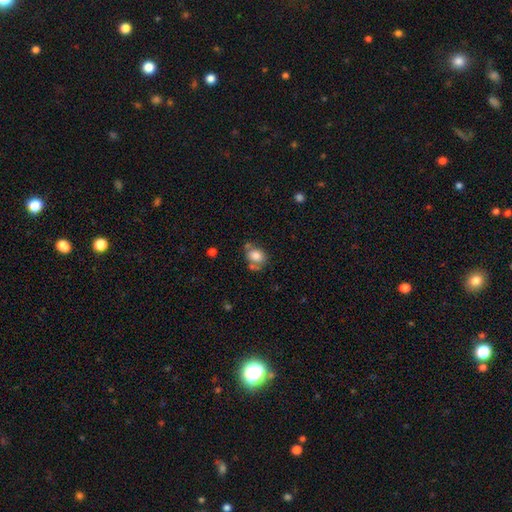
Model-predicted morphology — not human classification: A smooth galaxy with no disk features (79%) that is in between round and cigar-shaped (50%). Merging: none (50%).